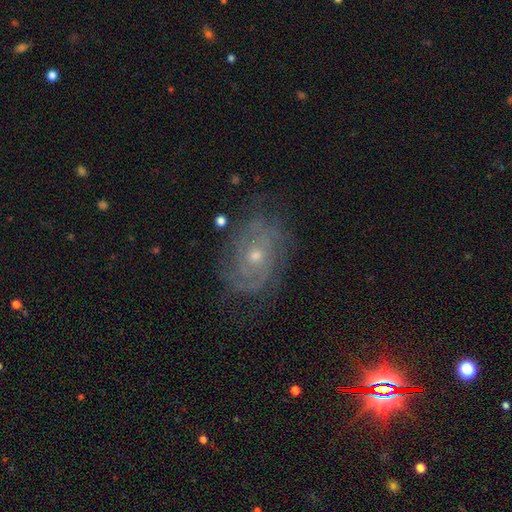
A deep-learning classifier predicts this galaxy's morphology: A featured or disk galaxy (81%) with no bar (80%), tight (65%) spiral arms (92%) and a small central bulge (50%). Merging: none (73%).